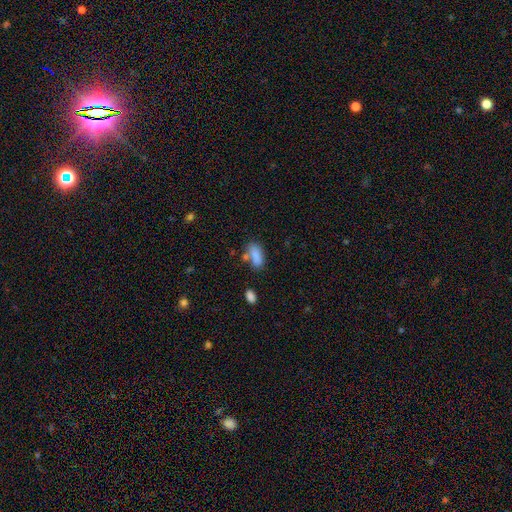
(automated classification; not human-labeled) Smooth or featured? smooth (84%)
How rounded? in between (86%)
Merging? none (56%)